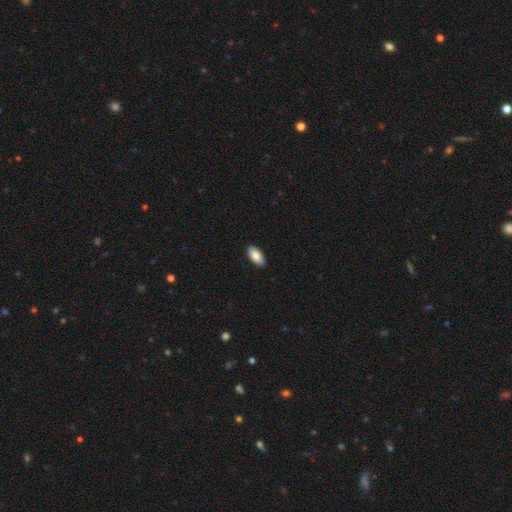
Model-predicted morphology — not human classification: A smooth galaxy with no disk features (86%) that is in between round and cigar-shaped (92%). Merging: none (90%).